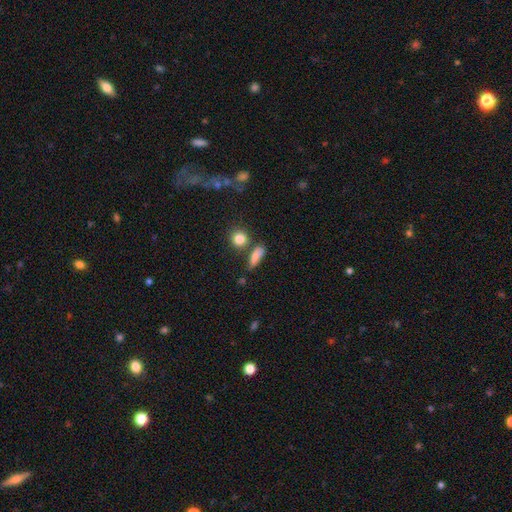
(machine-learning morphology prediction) Smooth or featured? smooth (78%)
How rounded? in between (47%)
Merging? none (61%)